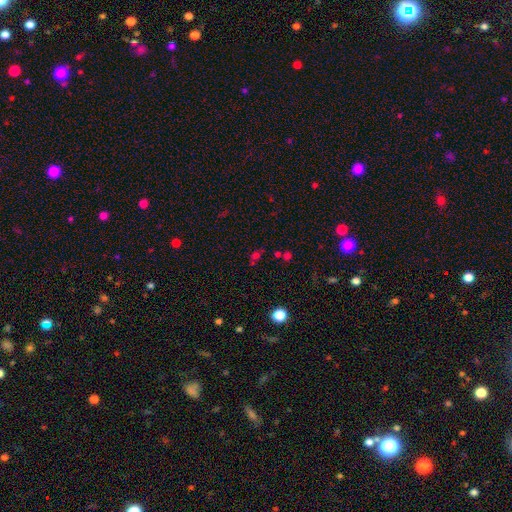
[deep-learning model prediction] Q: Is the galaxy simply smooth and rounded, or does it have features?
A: star or artifact — 46%.